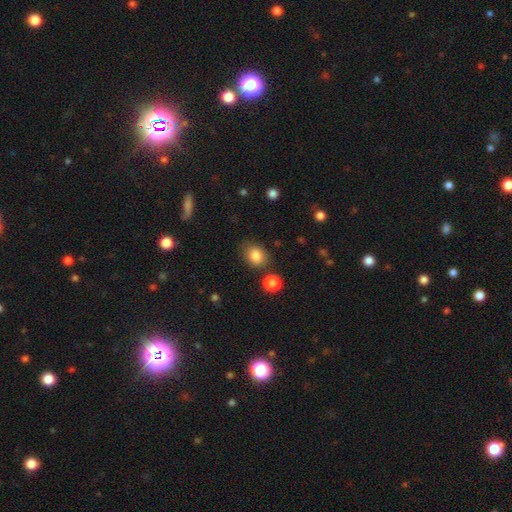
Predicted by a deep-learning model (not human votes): This appears to be a smooth galaxy with no disk features (85%) that is round (51%). Merging: none (74%).